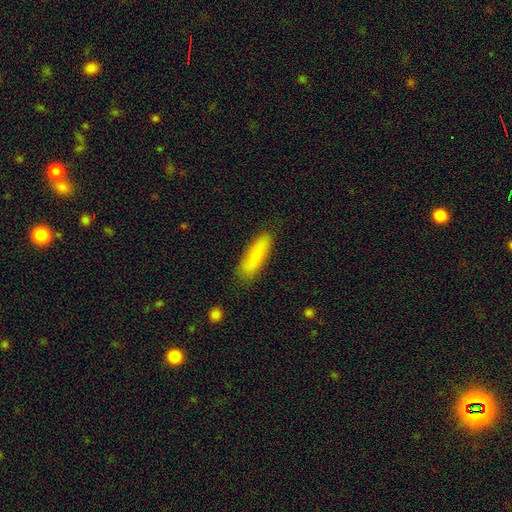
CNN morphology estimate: A smooth galaxy with no disk features (78%) that is cigar-shaped (61%).

Vote fractions:
- Smooth or featured? smooth: 78% / featured or disk: 16% / star or artifact: 6%
- How rounded? cigar-shaped: 61% / in between: 37% / round: 2%
- Merging? none: 84% / minor disturbance: 12% / major disturbance: 3% / merger: 1%